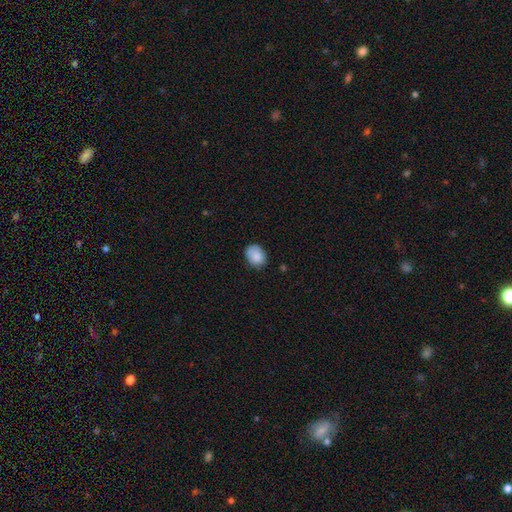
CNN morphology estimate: smooth 85%, star or artifact 8%, featured or disk 7%. Down the decision tree: how rounded — in between (58%); merging — none (70%).